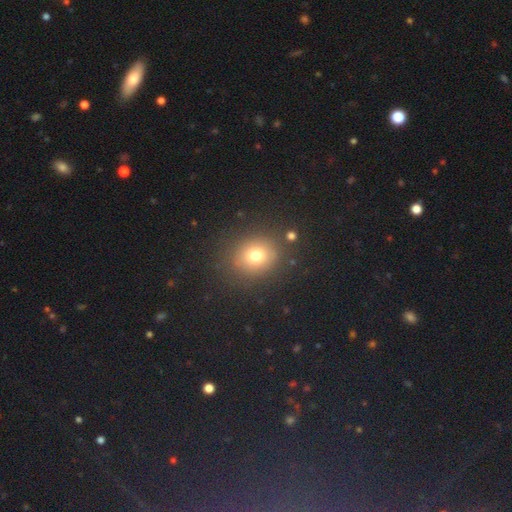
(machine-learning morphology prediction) Q: Smooth or featured?
A: smooth (75%); runner-up: star or artifact (15%)
Q: How rounded?
A: round (67%); runner-up: in between (32%)
Q: Merging?
A: none (84%); runner-up: minor disturbance (9%)